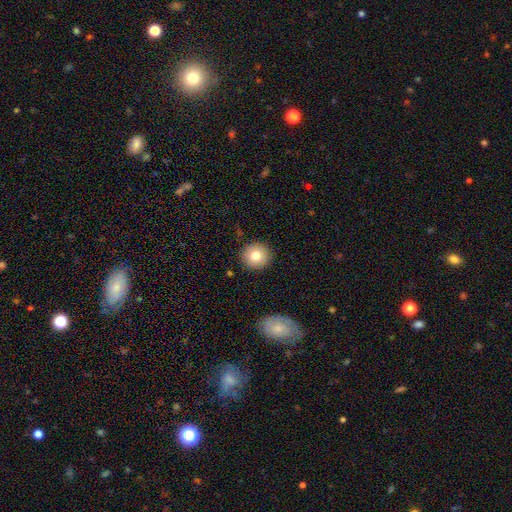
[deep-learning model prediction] Smooth or featured: smooth — 79% (featured or disk — 12%)
How rounded: round — 92% (in between — 7%)
Merging: none — 91% (minor disturbance — 6%)